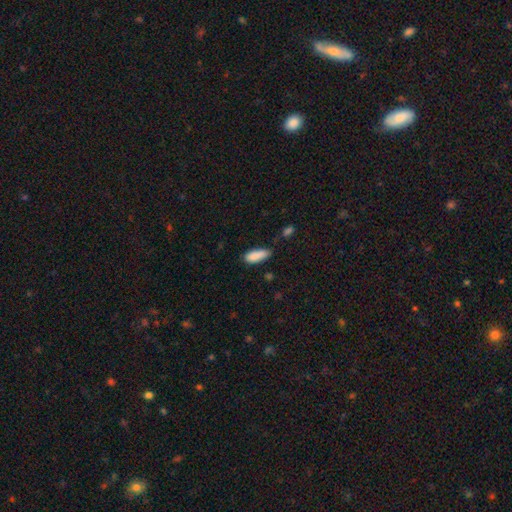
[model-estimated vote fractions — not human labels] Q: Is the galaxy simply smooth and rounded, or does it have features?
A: smooth — 88%.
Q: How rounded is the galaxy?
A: in between — 72%.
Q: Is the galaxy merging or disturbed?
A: none — 64%.